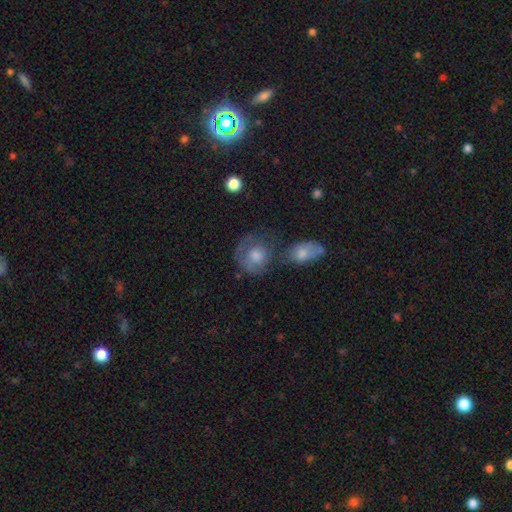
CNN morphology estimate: smooth 53%, featured or disk 38%, star or artifact 9%. Down the decision tree: how rounded — round (76%); merging — none (43%).